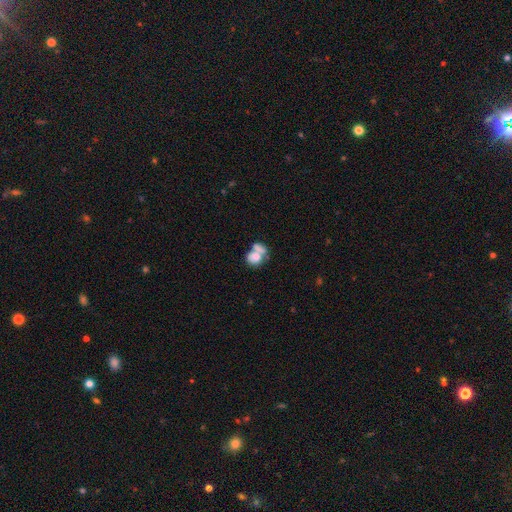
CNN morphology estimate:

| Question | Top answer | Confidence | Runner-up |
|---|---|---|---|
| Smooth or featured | smooth | 69% | featured or disk (22%) |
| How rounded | round | 54% | in between (44%) |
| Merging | merger | 56% | none (26%) |